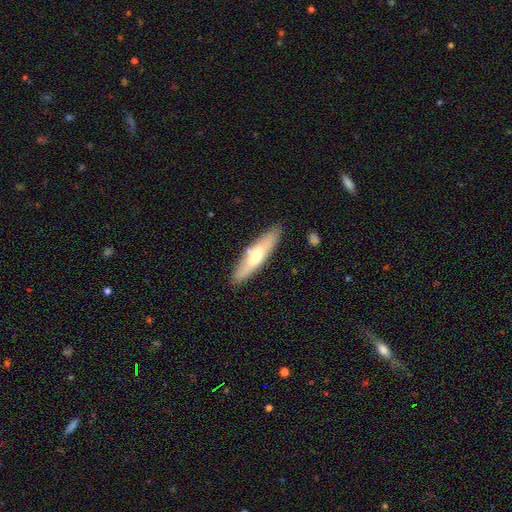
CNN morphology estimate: A smooth galaxy with no disk features (54%) that is cigar-shaped (73%).

Vote fractions:
- Smooth or featured? smooth: 54% / featured or disk: 40% / star or artifact: 6%
- How rounded? cigar-shaped: 73% / in between: 25% / round: 2%
- Merging? none: 84% / minor disturbance: 11% / merger: 3% / major disturbance: 2%